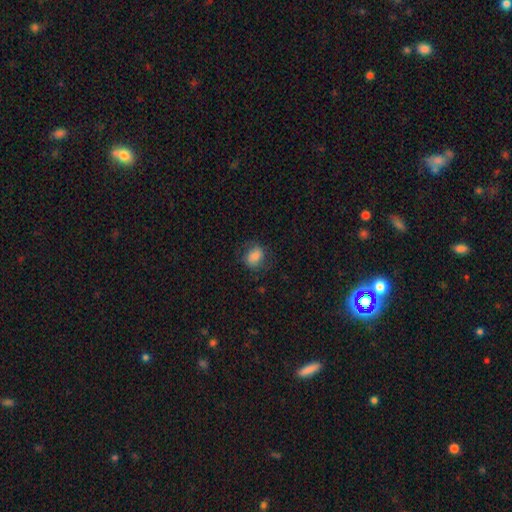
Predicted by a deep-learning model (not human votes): This is likely a smooth galaxy (78%). How rounded: possibly in between (53%). Merging: likely none (69%).